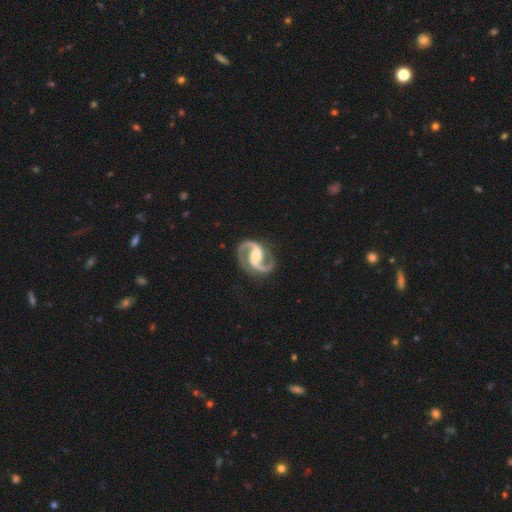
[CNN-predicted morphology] Smooth or featured? featured or disk (95%)
Edge-on disk? no (98%)
Bar? weak (41%)
Spiral arms? yes (99%)
Spiral winding? medium (67%)
Spiral arm count? 2 (95%)
Bulge size? moderate (41%)
Merging? none (84%)